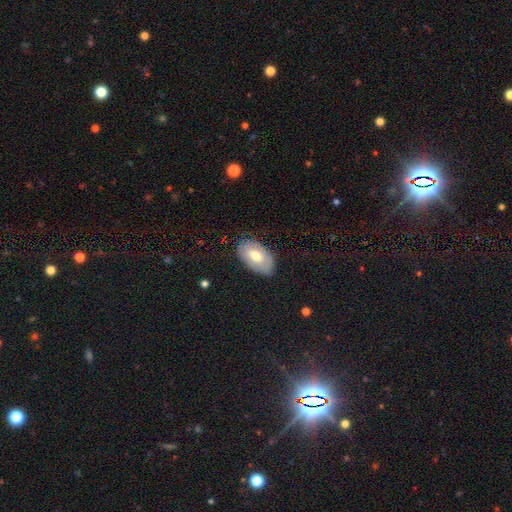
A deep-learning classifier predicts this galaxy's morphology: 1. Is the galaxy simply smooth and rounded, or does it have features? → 58% smooth, 36% featured or disk, 6% star or artifact.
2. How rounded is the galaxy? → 93% in between, 5% round, 2% cigar-shaped.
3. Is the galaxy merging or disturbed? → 79% none, 17% minor disturbance, 3% major disturbance, 1% merger.